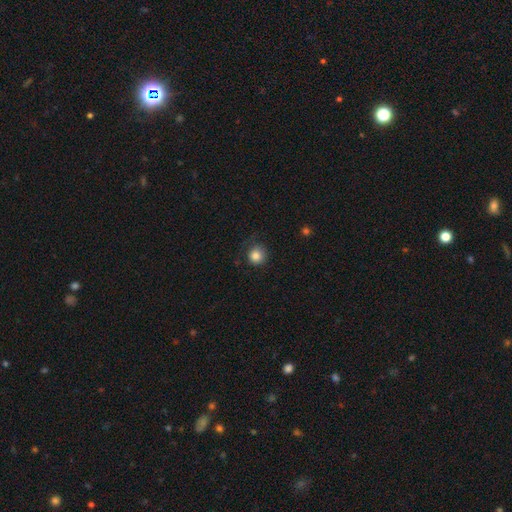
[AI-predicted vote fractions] Smooth or featured? smooth (84%)
How rounded? round (92%)
Merging? none (73%)